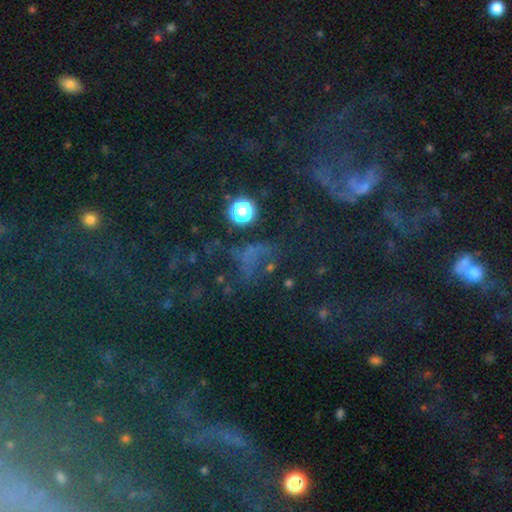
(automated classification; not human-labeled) Smooth or featured? star or artifact (59%)